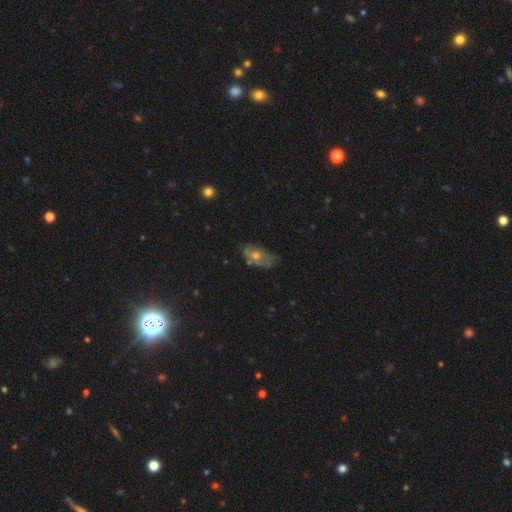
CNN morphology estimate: Smooth or featured? Predicted: featured or disk (p=0.46). Merging? Predicted: none (p=0.61).